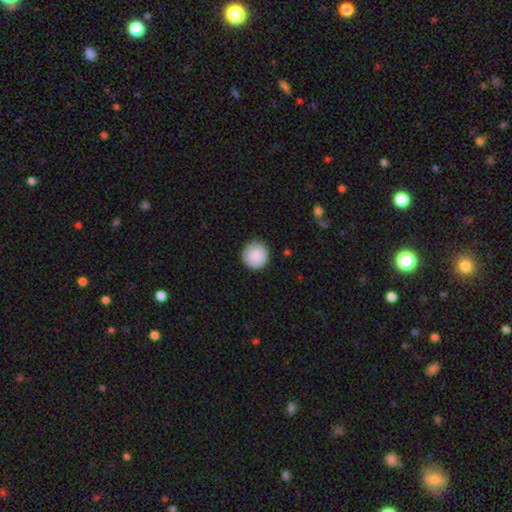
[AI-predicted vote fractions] smooth 88%, star or artifact 7%, featured or disk 5%. Down the decision tree: how rounded — round (96%); merging — none (91%).